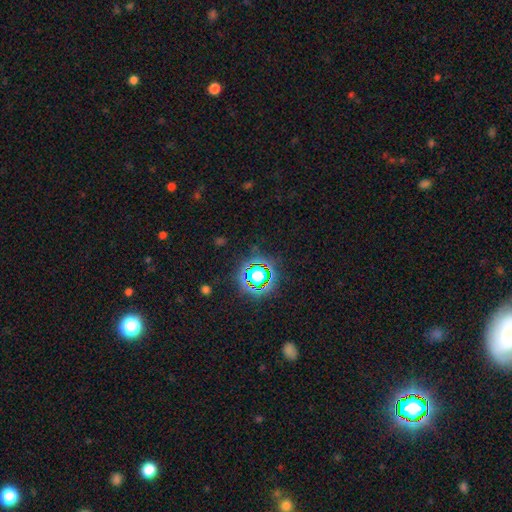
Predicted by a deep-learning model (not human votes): smooth-or-featured: star or artifact: 79% | smooth: 13% | featured or disk: 8%